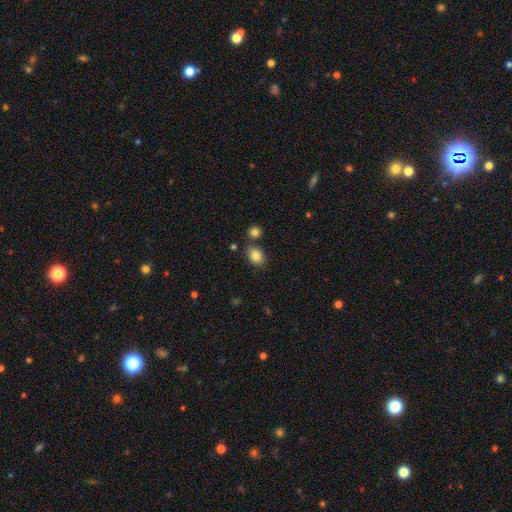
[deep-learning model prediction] Overall: smooth (84%). How rounded: in between (68%; round 30%). Merging: none (76%).